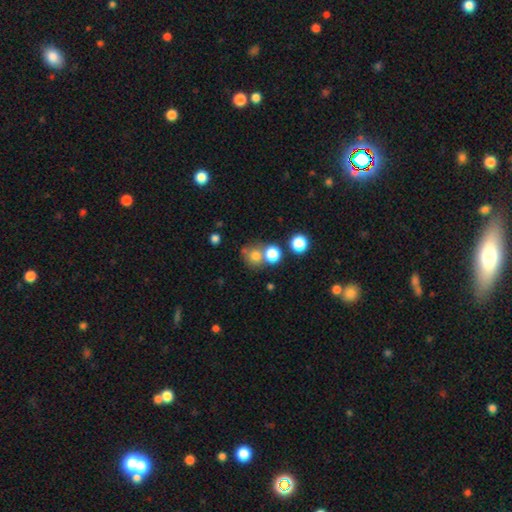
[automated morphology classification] type=smooth (74%); roundness=round (85%); merging=none (54%).